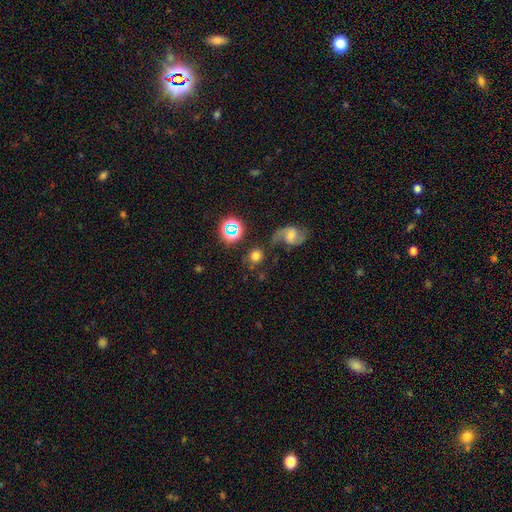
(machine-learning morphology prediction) Smooth or featured? smooth (67%)
How rounded? round (78%)
Merging? none (63%)